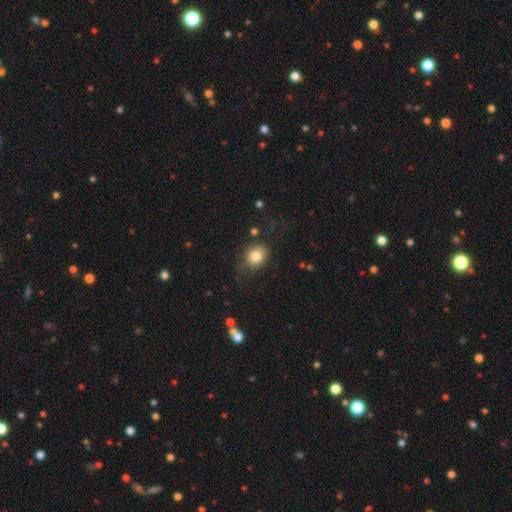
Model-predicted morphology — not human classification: This is clearly a smooth galaxy (81%). How rounded: possibly round (53%). Merging: likely none (70%).